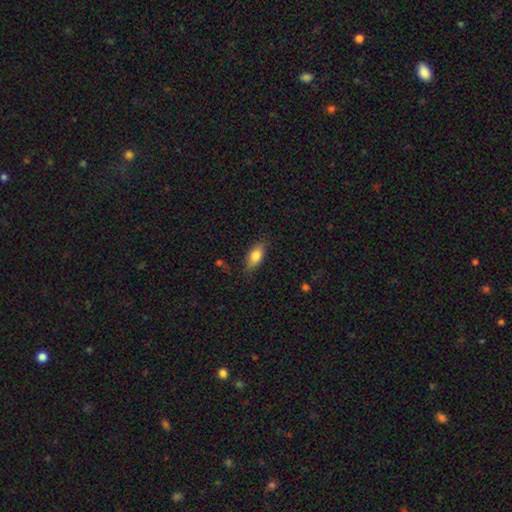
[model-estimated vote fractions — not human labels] The model was most divided on "merging": none: 80%, minor disturbance: 15%, major disturbance: 4%, merger: 1%. More confident: how rounded — in between (85%); smooth or featured — smooth (80%).